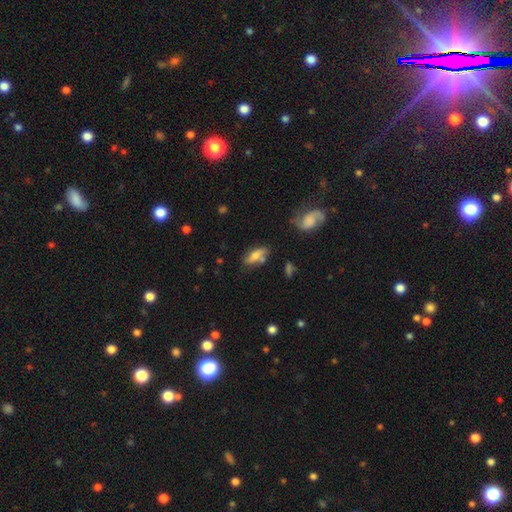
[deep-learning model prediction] Smooth or featured? smooth (51%)
How rounded? in between (77%)
Merging? none (61%)